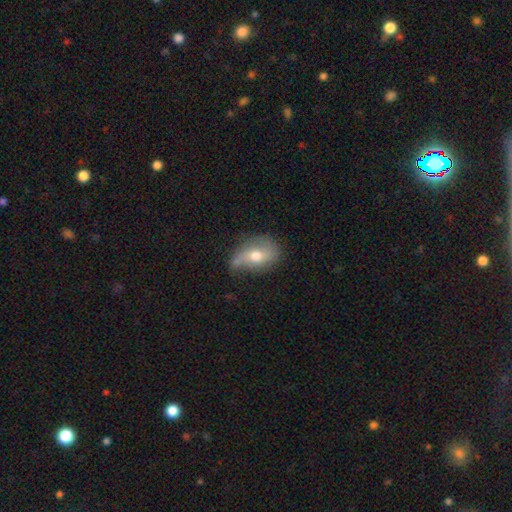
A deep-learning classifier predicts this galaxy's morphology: smooth_or_featured: smooth (p=0.49) [alt: featured or disk p=0.43]
merging: none (p=0.47) [alt: minor disturbance p=0.35]